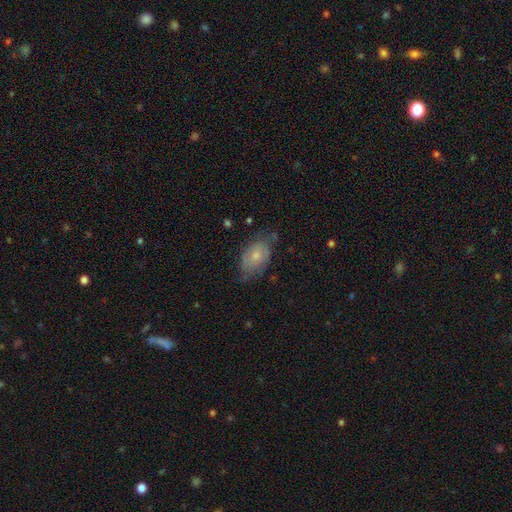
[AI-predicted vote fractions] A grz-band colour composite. It shows a smooth galaxy with no disk features (55%) that is in between round and cigar-shaped (88%). Merging: none (59%).